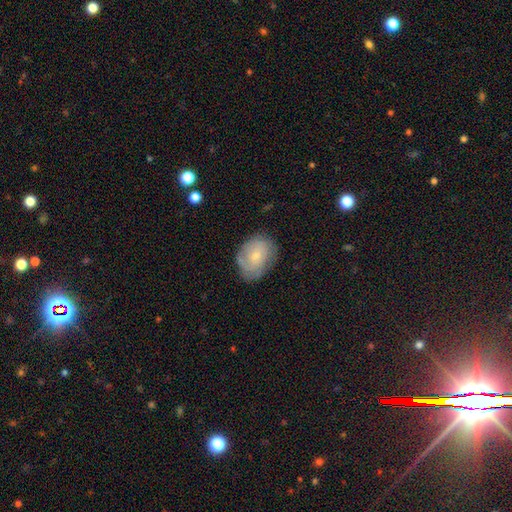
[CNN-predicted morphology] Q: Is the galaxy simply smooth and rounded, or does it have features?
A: smooth — 52%.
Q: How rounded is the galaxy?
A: in between — 68%.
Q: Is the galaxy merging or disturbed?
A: none — 69%.